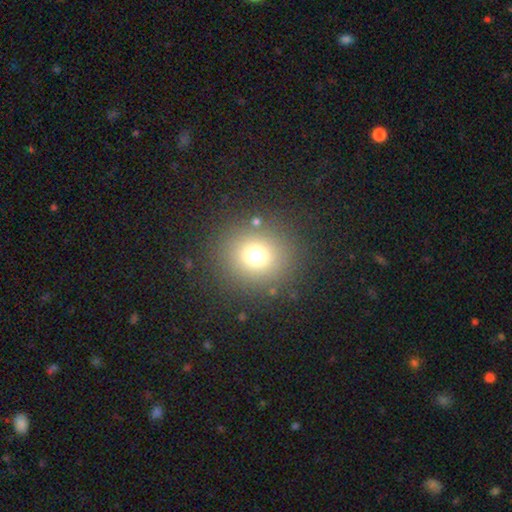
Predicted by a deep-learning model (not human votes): smooth-or-featured: smooth: 71% | star or artifact: 19% | featured or disk: 9%
  how-rounded: round: 89% | in between: 10% | cigar-shaped: 1%
  merging: none: 85% | minor disturbance: 7% | major disturbance: 5% | merger: 3%